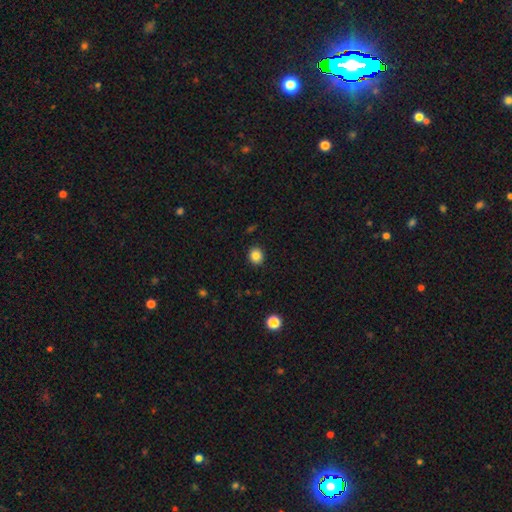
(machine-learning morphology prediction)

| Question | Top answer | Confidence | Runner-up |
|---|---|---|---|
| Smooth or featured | smooth | 85% | star or artifact (10%) |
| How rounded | round | 78% | in between (21%) |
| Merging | none | 91% | minor disturbance (6%) |